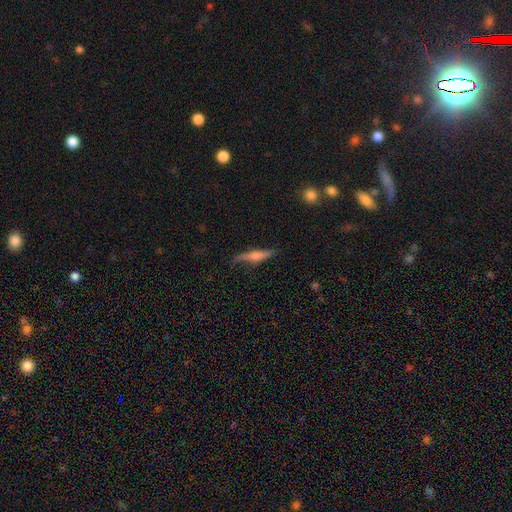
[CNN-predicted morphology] smooth-or-featured: featured or disk: 55% | smooth: 37% | star or artifact: 7%
  disk-edge-on: yes: 91% | no: 9%
    edge-on-bulge: rounded: 69% | boxy: 16% | none: 15%
  merging: none: 72% | minor disturbance: 20% | major disturbance: 5% | merger: 2%